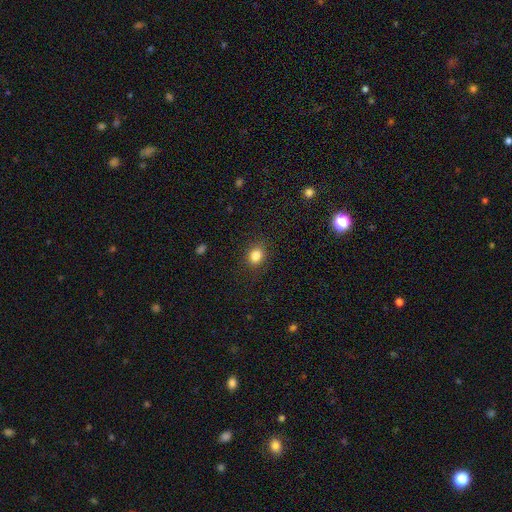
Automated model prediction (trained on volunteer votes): Smooth or featured: smooth — 84% (star or artifact — 11%)
How rounded: round — 52% (in between — 46%)
Merging: none — 85% (minor disturbance — 11%)